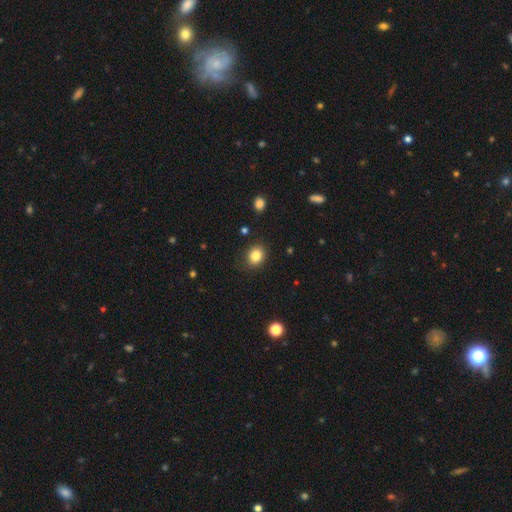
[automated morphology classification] smooth 84%, star or artifact 10%, featured or disk 5%. Down the decision tree: how rounded — round (56%); merging — none (88%).